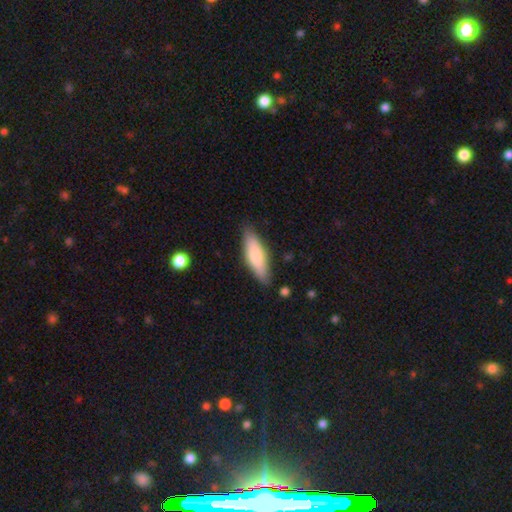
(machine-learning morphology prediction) smooth_or_featured: smooth (p=0.78) [alt: featured or disk p=0.17]
how_rounded: cigar-shaped (p=0.52) [alt: in between p=0.46]
merging: none (p=0.83) [alt: minor disturbance p=0.13]